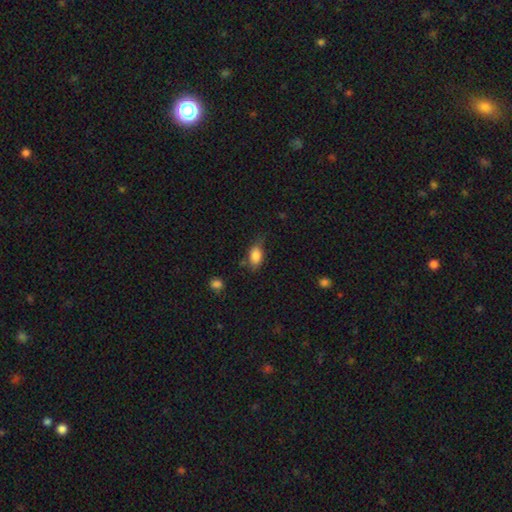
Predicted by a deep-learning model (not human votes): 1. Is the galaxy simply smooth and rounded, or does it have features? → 83% smooth, 9% featured or disk, 8% star or artifact.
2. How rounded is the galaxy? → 85% in between, 11% round, 3% cigar-shaped.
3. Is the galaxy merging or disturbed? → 53% none, 32% minor disturbance, 11% major disturbance, 4% merger.